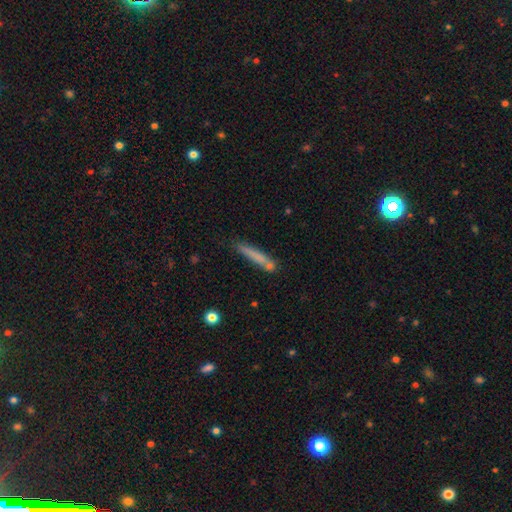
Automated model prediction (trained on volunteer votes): Smooth or featured? Predicted: smooth (p=0.71). How rounded? Predicted: cigar-shaped (p=0.93). Merging? Predicted: none (p=0.69).